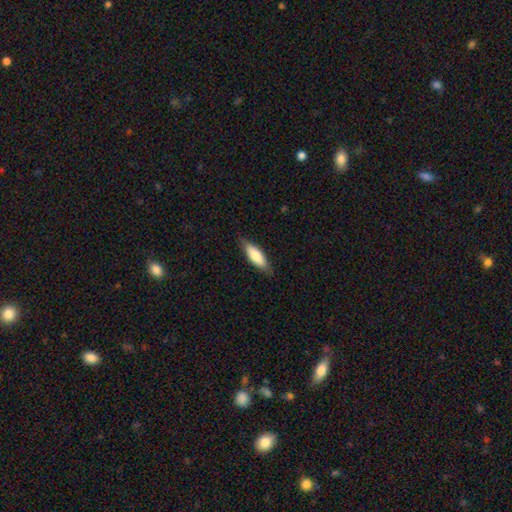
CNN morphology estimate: smooth_or_featured: smooth (p=0.76) [alt: featured or disk p=0.18]
how_rounded: in between (p=0.53) [alt: cigar-shaped p=0.45]
merging: none (p=0.83) [alt: minor disturbance p=0.14]